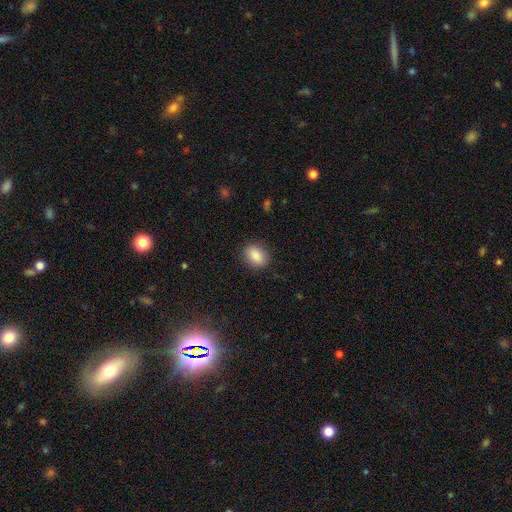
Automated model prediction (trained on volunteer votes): smooth_or_featured: smooth (p=0.88) [alt: star or artifact p=0.08]
how_rounded: in between (p=0.74) [alt: round p=0.25]
merging: none (p=0.87) [alt: minor disturbance p=0.10]